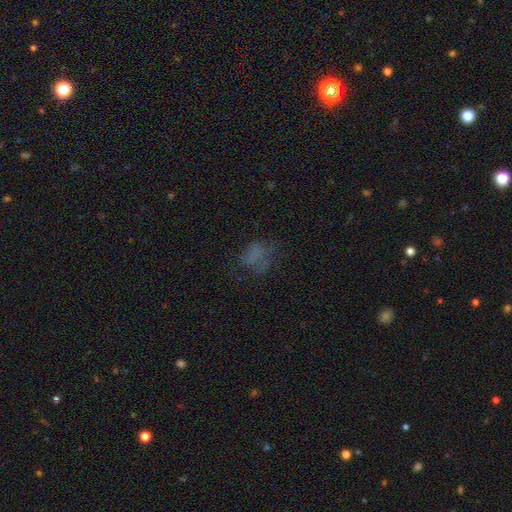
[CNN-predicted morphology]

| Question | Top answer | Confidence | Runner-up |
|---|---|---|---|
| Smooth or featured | smooth | 49% | featured or disk (26%) |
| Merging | none | 44% | major disturbance (32%) |